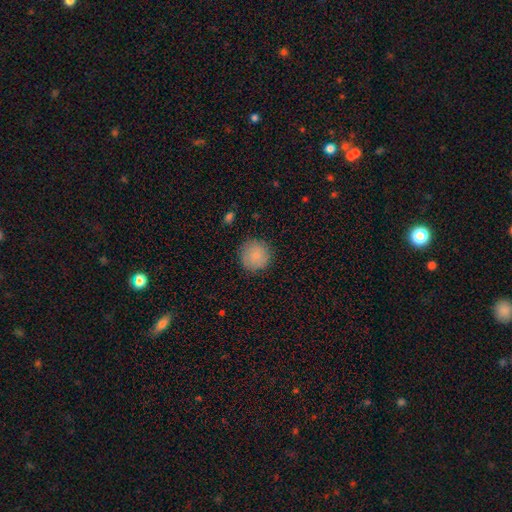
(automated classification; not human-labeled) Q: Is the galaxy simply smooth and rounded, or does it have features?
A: smooth — 82%.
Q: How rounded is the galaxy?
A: round — 95%.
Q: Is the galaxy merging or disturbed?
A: none — 88%.